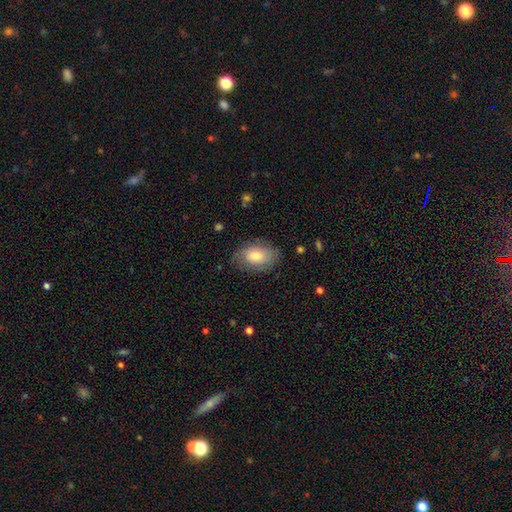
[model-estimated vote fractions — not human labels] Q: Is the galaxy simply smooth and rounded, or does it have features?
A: smooth — 67%.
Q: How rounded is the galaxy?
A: in between — 86%.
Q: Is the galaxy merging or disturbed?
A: none — 74%.